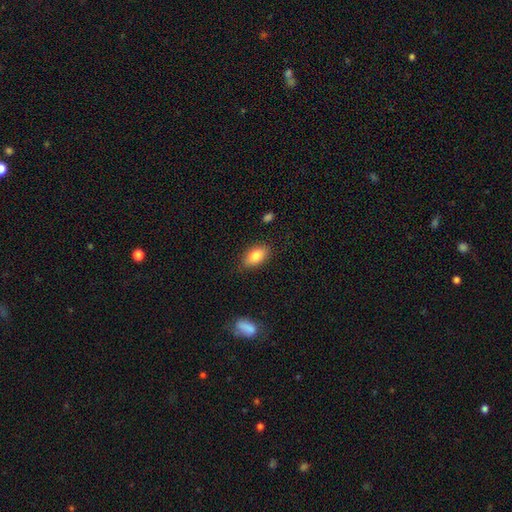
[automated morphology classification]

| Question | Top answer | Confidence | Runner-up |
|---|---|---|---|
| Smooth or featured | smooth | 82% | featured or disk (11%) |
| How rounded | in between | 89% | cigar-shaped (6%) |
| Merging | none | 84% | minor disturbance (12%) |